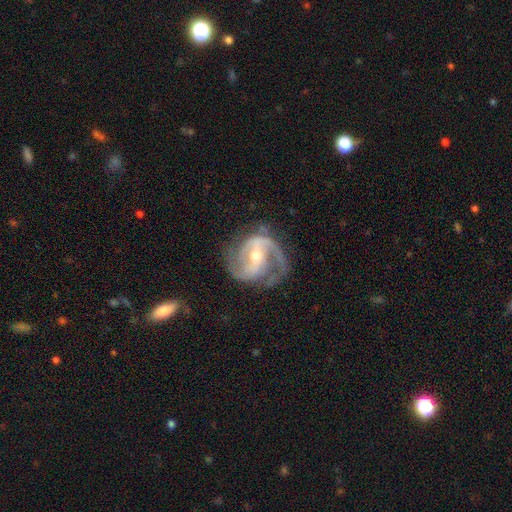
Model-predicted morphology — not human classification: smooth_or_featured: featured or disk (p=0.90) [alt: smooth p=0.05]
disk_edge_on: no (p=0.97) [alt: yes p=0.03]
bar: strong (p=0.43) [alt: weak p=0.39]
has_spiral_arms: yes (p=0.97) [alt: no p=0.03]
spiral_winding: medium (p=0.53) [alt: tight p=0.30]
spiral_arm_count: 2 (p=0.76) [alt: 3 p=0.11]
bulge_size: moderate (p=0.54) [alt: small p=0.42]
merging: none (p=0.69) [alt: minor disturbance p=0.18]